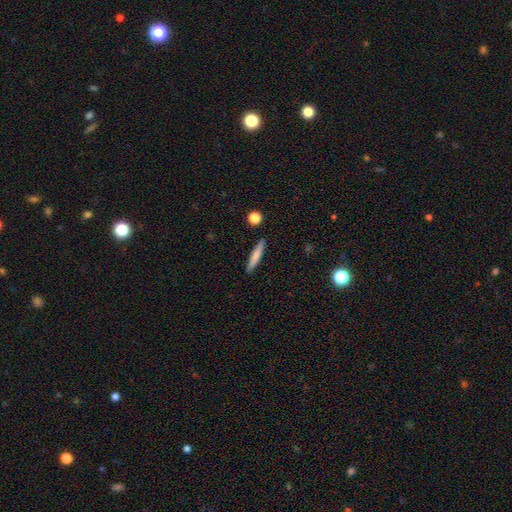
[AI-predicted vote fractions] This is likely a smooth galaxy (75%). How rounded: clearly cigar-shaped (92%). Merging: clearly none (89%).